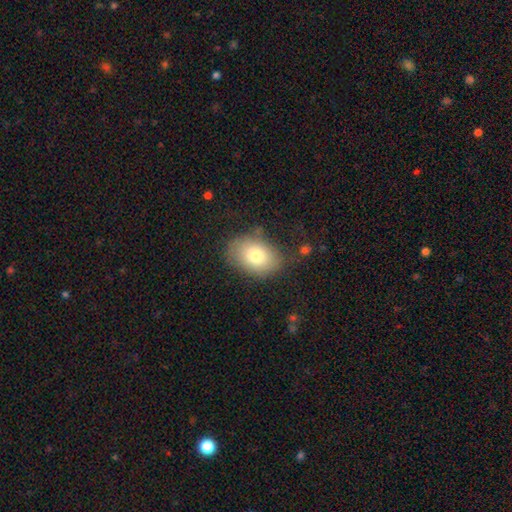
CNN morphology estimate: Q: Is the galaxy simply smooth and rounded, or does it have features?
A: smooth — 78%.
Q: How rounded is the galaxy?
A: in between — 80%.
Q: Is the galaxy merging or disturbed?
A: none — 73%.